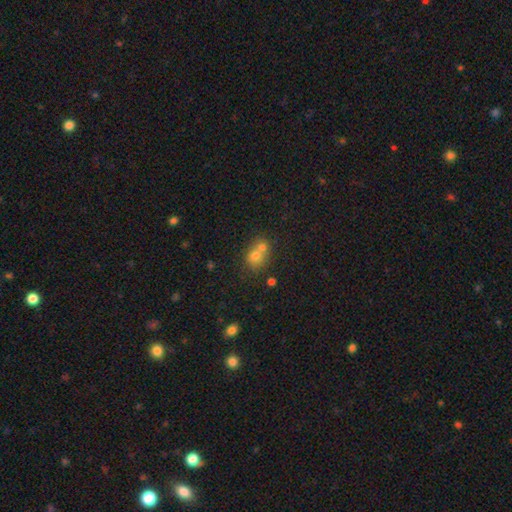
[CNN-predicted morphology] Smooth or featured? Predicted: smooth (p=0.69). How rounded? Predicted: round (p=0.69). Merging? Predicted: merger (p=0.55).